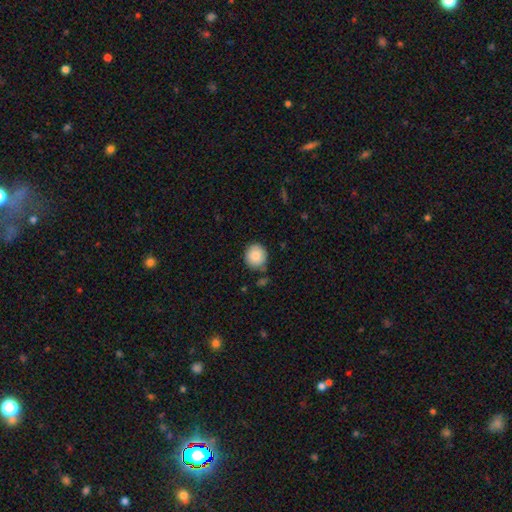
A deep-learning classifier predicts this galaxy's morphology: Smooth or featured? smooth (86%)
How rounded? round (89%)
Merging? none (79%)